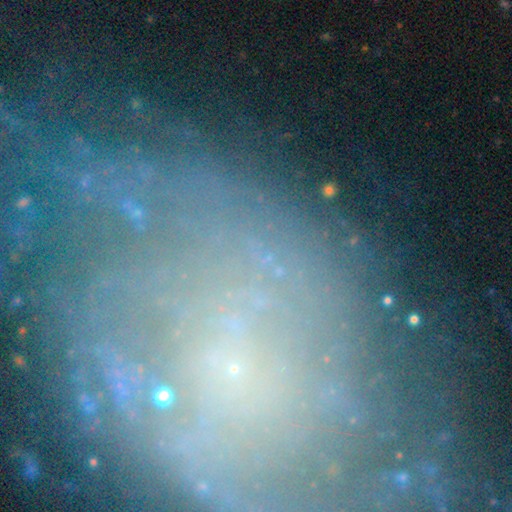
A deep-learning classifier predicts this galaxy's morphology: A star or artifact, not a galaxy (57%).

Vote fractions:
- Smooth or featured? star or artifact: 57% / featured or disk: 24% / smooth: 19%